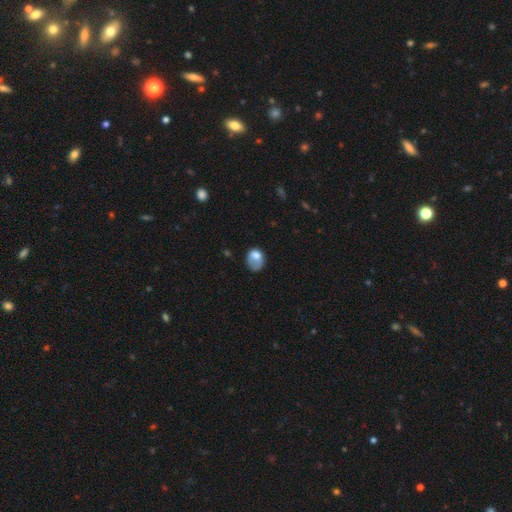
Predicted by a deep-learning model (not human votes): A smooth galaxy with no disk features (69%) that is in between round and cigar-shaped (60%).

Vote fractions:
- Smooth or featured? smooth: 69% / featured or disk: 22% / star or artifact: 9%
- How rounded? in between: 60% / round: 39% / cigar-shaped: 1%
- Merging? major disturbance: 36% / minor disturbance: 29% / none: 29% / merger: 6%